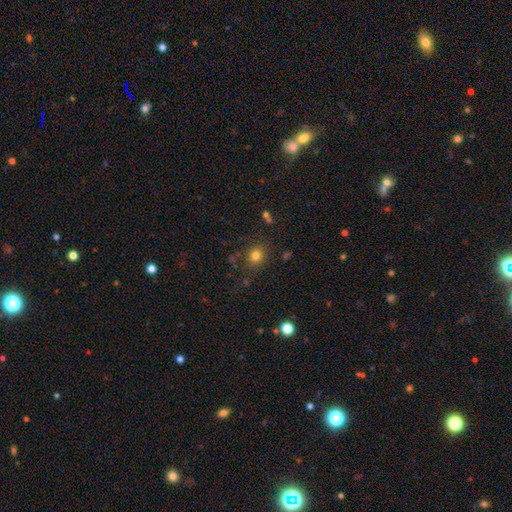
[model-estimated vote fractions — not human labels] A smooth galaxy with no disk features (78%) that is round (76%). Merging: none (83%).